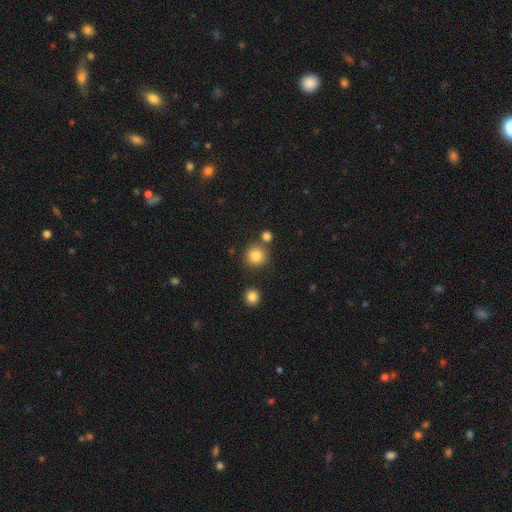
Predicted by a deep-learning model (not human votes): A smooth galaxy with no disk features (83%) that is round (92%). Merging: none (76%).